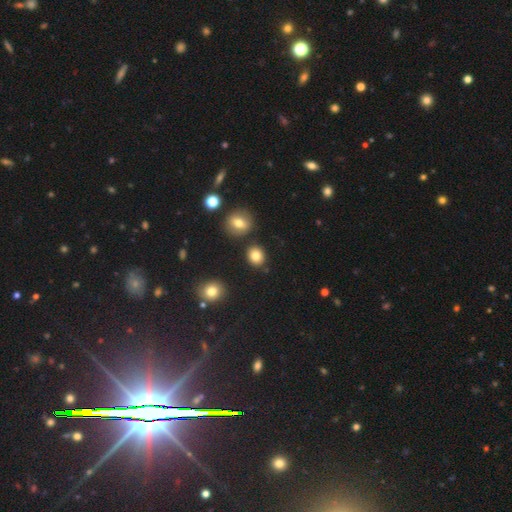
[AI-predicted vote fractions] Smooth or featured? smooth (82%)
How rounded? round (75%)
Merging? none (85%)